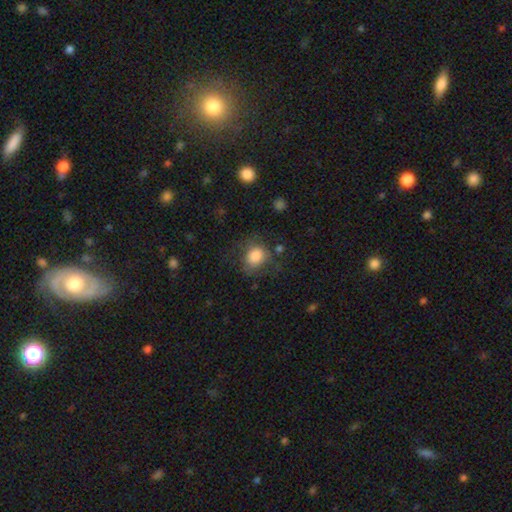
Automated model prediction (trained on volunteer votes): The model was most divided on "how rounded": round: 61%, in between: 38%, cigar-shaped: 1%. More confident: smooth or featured — smooth (79%); merging — none (59%).